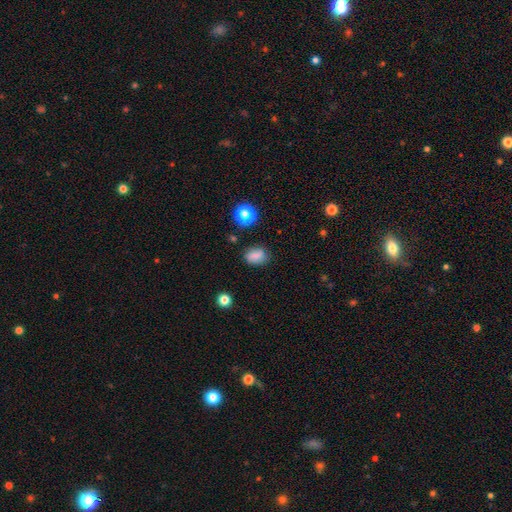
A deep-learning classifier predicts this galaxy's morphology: Smooth or featured? Predicted: smooth (p=0.78). How rounded? Predicted: in between (p=0.71). Merging? Predicted: none (p=0.75).